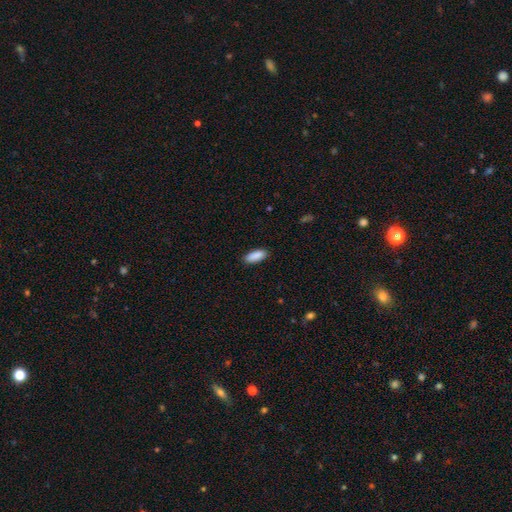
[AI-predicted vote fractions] Morphology: type=smooth (90%); roundness=in between (73%); merging=none (88%).